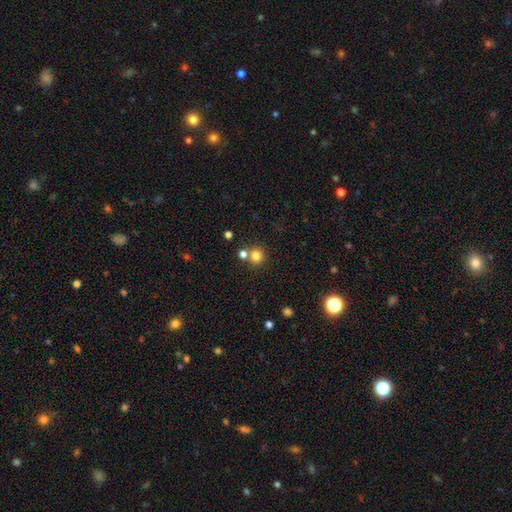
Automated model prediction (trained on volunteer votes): Morphology: type=smooth (79%); roundness=round (90%); merging=none (68%).